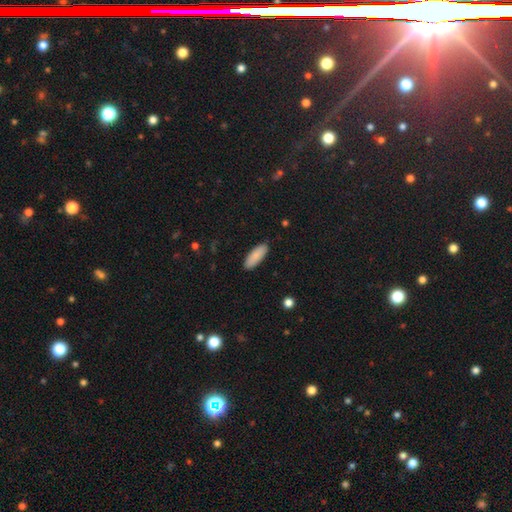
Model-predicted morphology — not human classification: Smooth or featured? smooth (87%)
How rounded? in between (69%)
Merging? none (89%)